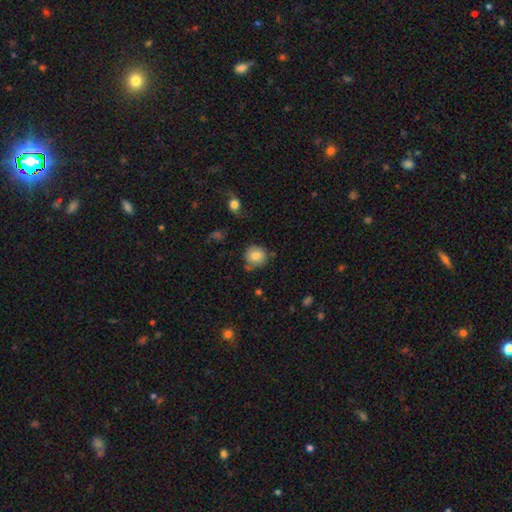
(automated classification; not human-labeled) smooth_or_featured: smooth (p=0.79) [alt: featured or disk p=0.12]
how_rounded: round (p=0.85) [alt: in between p=0.14]
merging: none (p=0.66) [alt: minor disturbance p=0.24]